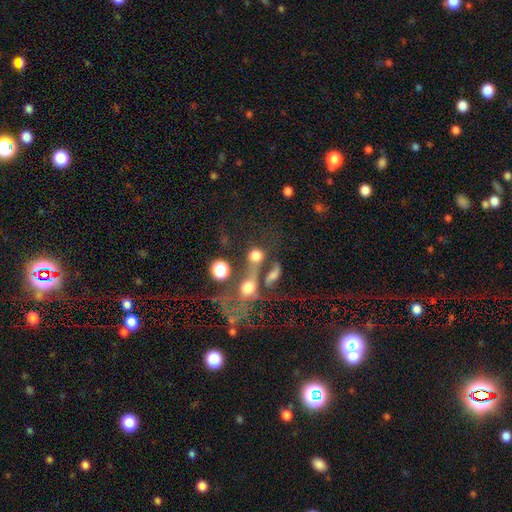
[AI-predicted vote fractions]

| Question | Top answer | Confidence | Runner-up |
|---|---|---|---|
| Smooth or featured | smooth | 66% | featured or disk (17%) |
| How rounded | round | 76% | in between (21%) |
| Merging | merger | 48% | none (26%) |